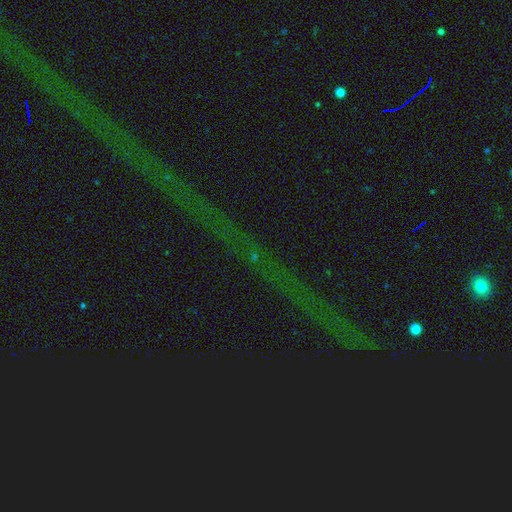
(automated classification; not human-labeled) A star or artifact, not a galaxy (83%).

Vote fractions:
- Smooth or featured? star or artifact: 83% / featured or disk: 9% / smooth: 8%